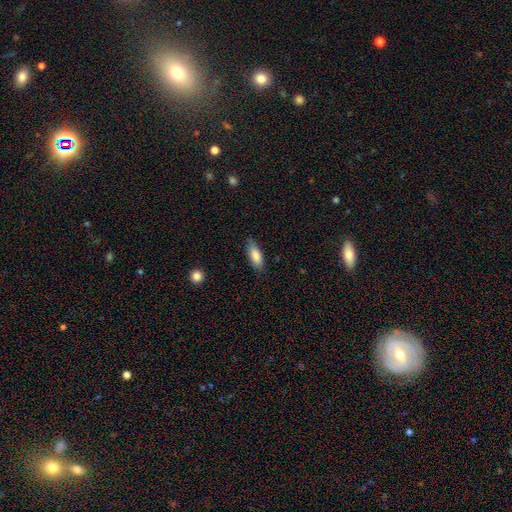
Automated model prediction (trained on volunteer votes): Morphology: type=smooth (83%); roundness=in between (72%); merging=none (79%).